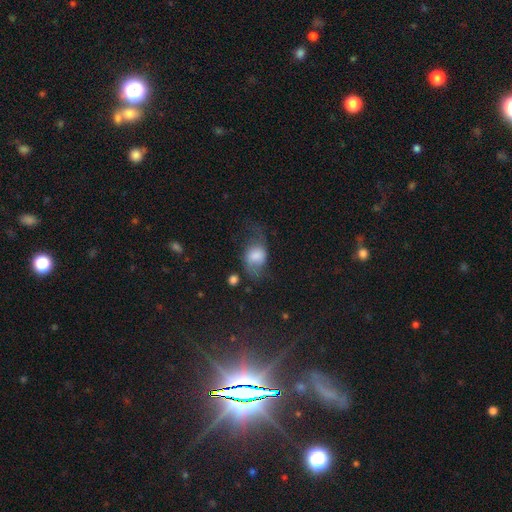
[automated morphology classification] This is possibly a smooth galaxy (53%). How rounded: likely in between (69%). Merging: marginally none (42%).